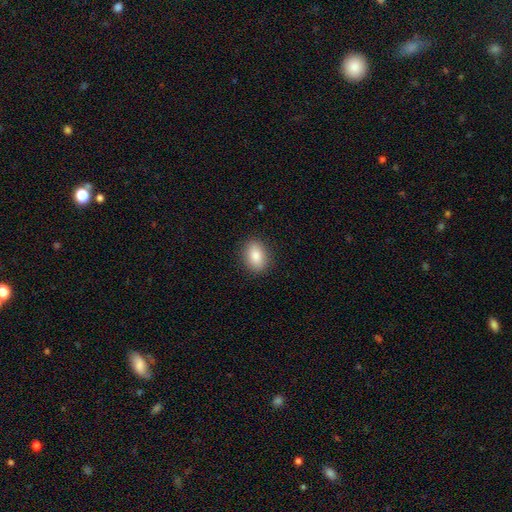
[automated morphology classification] smooth-or-featured: smooth: 86% | star or artifact: 8% | featured or disk: 6%
  how-rounded: in between: 81% | round: 17% | cigar-shaped: 2%
  merging: none: 89% | minor disturbance: 8% | major disturbance: 2% | merger: 1%